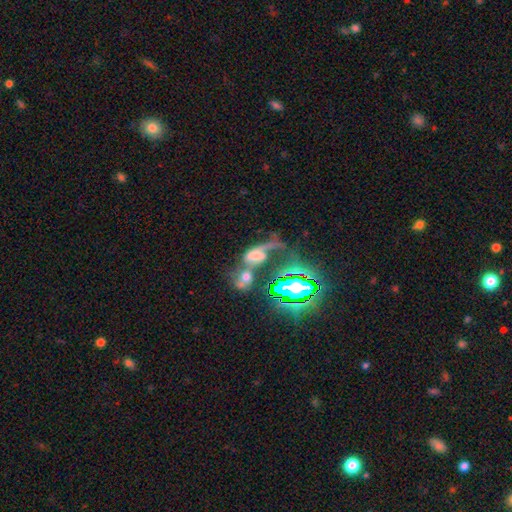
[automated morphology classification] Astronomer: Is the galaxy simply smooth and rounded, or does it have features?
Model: featured or disk — 43% (runner-up: smooth, 33%).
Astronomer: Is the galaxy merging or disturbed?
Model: merger — 55%.